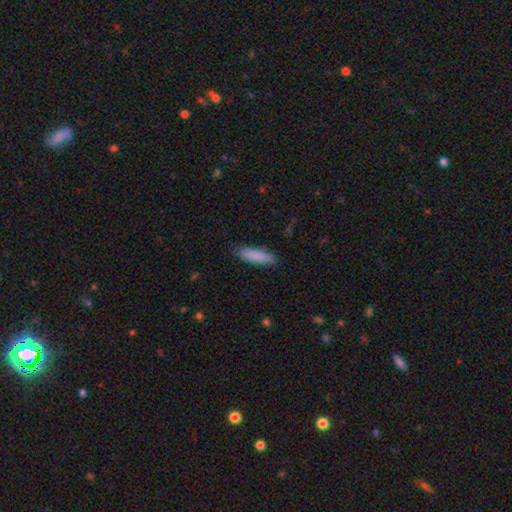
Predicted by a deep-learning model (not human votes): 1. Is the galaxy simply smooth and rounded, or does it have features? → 87% smooth, 7% featured or disk, 6% star or artifact.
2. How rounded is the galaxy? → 65% cigar-shaped, 34% in between, 1% round.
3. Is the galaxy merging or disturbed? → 87% none, 10% minor disturbance, 2% major disturbance, 1% merger.